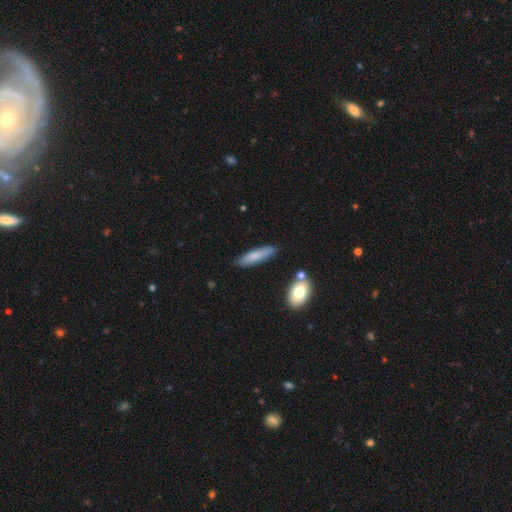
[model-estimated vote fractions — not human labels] This appears to be a smooth galaxy with no disk features (75%) that is cigar-shaped (74%). Merging: none (81%).